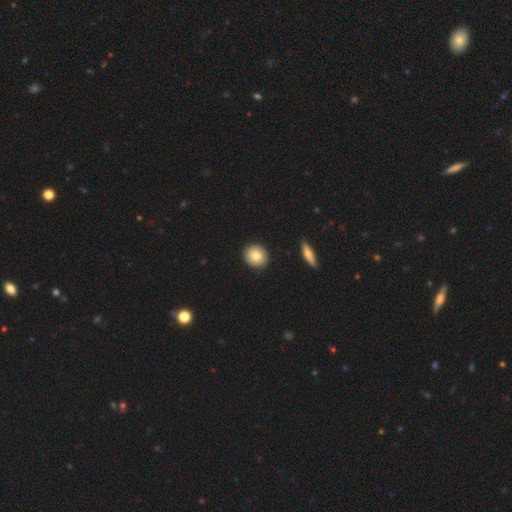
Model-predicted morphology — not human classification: A smooth galaxy with no disk features (83%) that is round (85%). Merging: none (90%).